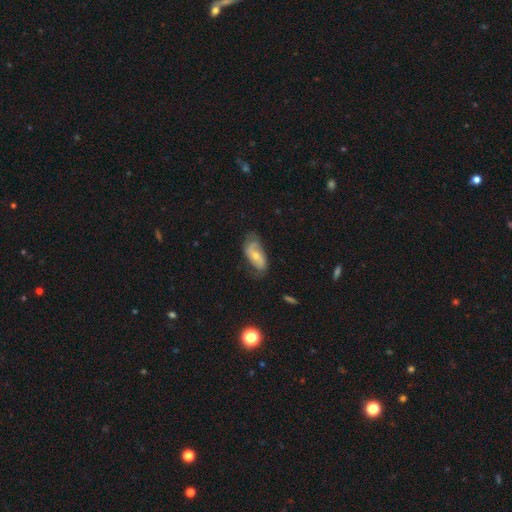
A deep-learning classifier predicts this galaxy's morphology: Smooth or featured?
  - featured or disk: 63% *
  - smooth: 30%
  - star or artifact: 7%
Edge-on disk?
  - no: 92% *
  - yes: 8%
Bar?
  - no: 55% *
  - weak: 32%
  - strong: 13%
Spiral arms?
  - yes: 83% *
  - no: 17%
Bulge size?
  - moderate: 49% *
  - small: 46%
  - large: 2%
  - none: 2%
  - dominant: 1%
Merging?
  - none: 63% *
  - minor disturbance: 26%
  - major disturbance: 10%
  - merger: 2%